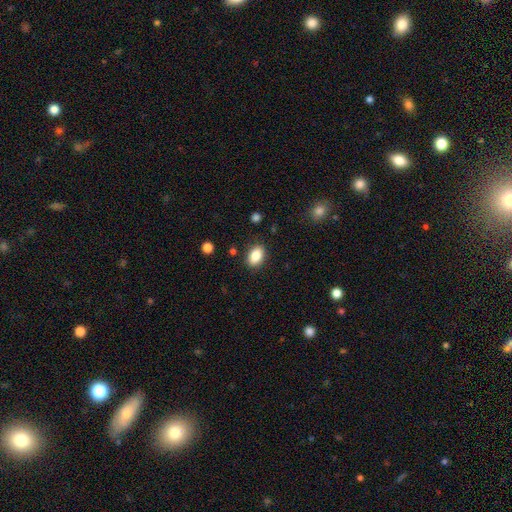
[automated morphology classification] Smooth or featured? Predicted: smooth (p=0.86). How rounded? Predicted: in between (p=0.84). Merging? Predicted: none (p=0.86).